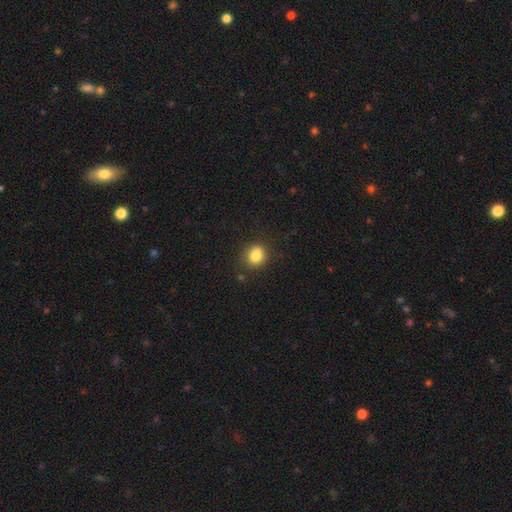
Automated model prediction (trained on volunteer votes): A smooth galaxy with no disk features (82%) that is round (65%). Merging: none (79%).